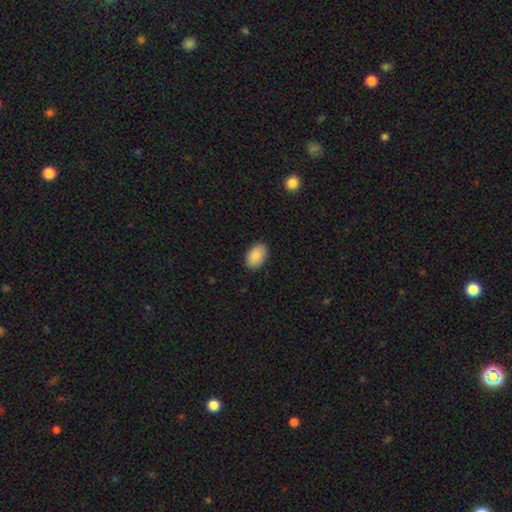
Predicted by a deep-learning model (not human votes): Overall: smooth (89%). How rounded: in between (91%). Merging: none (88%).